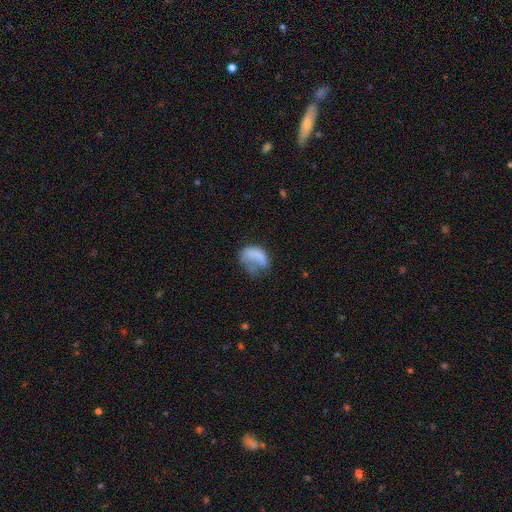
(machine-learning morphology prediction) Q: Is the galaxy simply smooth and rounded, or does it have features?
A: smooth — 59%.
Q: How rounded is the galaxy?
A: in between — 72%.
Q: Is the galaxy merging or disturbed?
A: major disturbance — 46%.